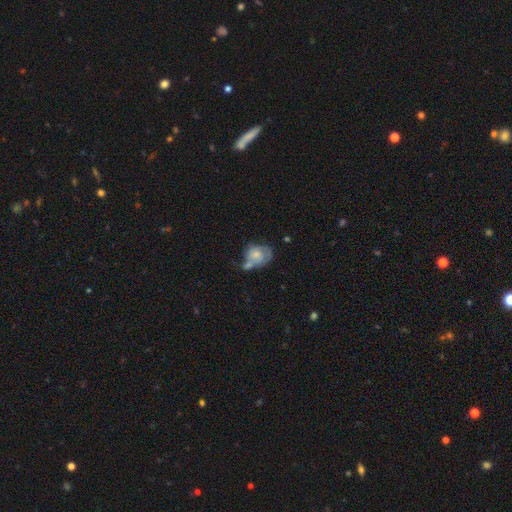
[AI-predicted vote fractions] Q: Smooth or featured?
A: smooth (48%); runner-up: featured or disk (44%)
Q: Merging?
A: merger (36%); runner-up: none (27%)